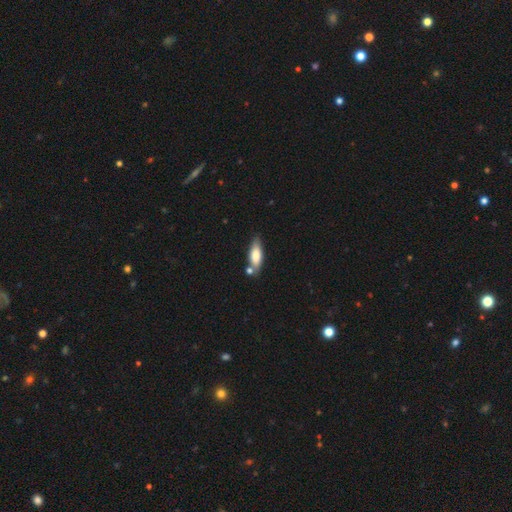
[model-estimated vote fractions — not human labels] A smooth galaxy with no disk features (74%) that is in between round and cigar-shaped (62%). Merging: none (64%).